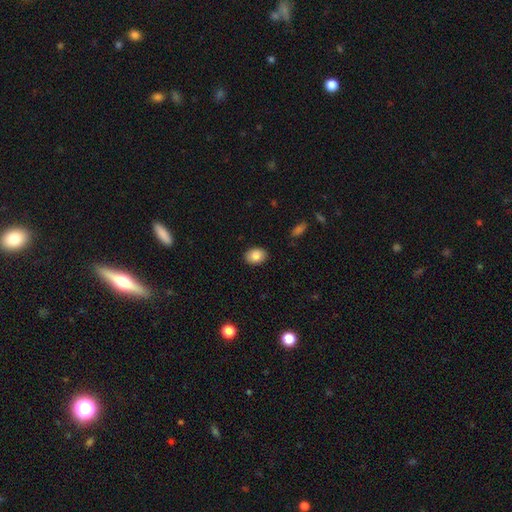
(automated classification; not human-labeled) smooth-or-featured: smooth: 86% | star or artifact: 8% | featured or disk: 6%
  how-rounded: in between: 73% | round: 26% | cigar-shaped: 1%
  merging: none: 88% | minor disturbance: 8% | major disturbance: 2% | merger: 1%